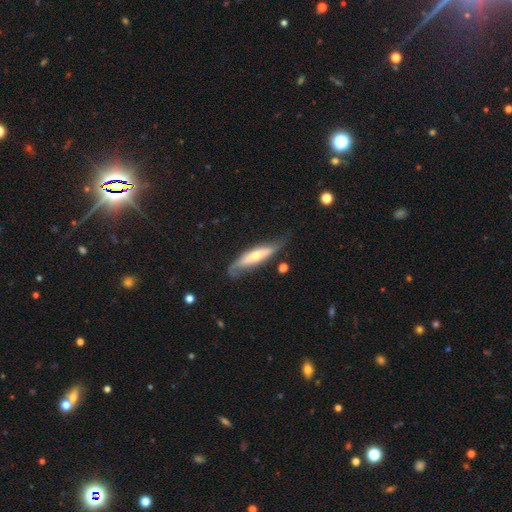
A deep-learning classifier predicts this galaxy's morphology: This is possibly a featured or disk galaxy (57%). It is possibly viewed edge-on (59%). Merging: possibly none (56%).